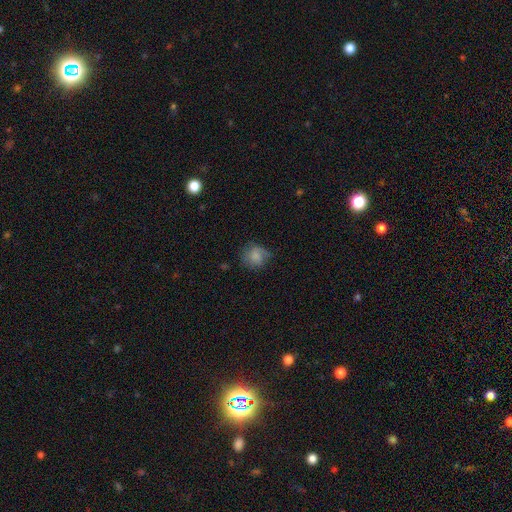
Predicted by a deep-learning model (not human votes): Morphology: type=smooth (73%); roundness=round (75%); merging=none (58%).